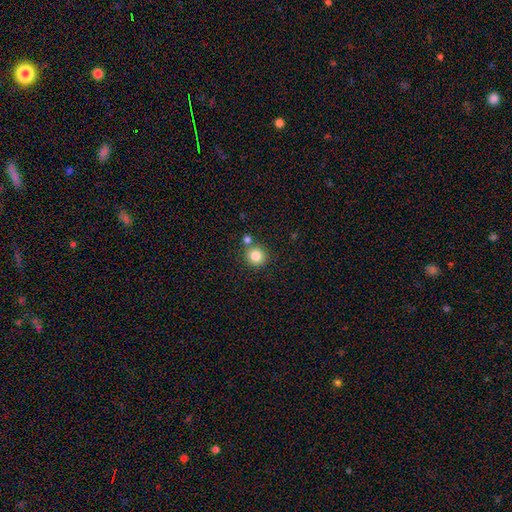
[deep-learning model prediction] smooth_or_featured: smooth (p=0.83) [alt: star or artifact p=0.11]
how_rounded: round (p=0.92) [alt: in between p=0.07]
merging: none (p=0.76) [alt: merger p=0.14]